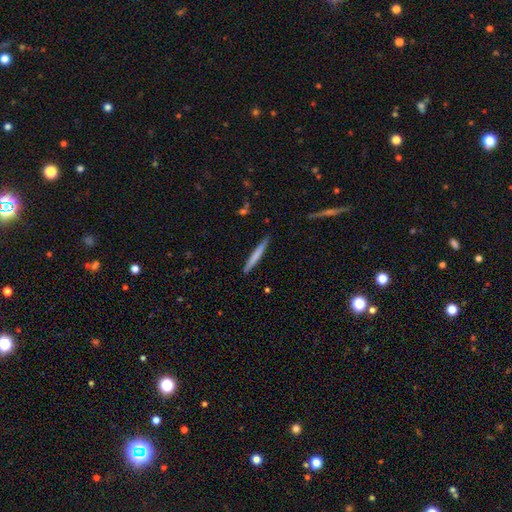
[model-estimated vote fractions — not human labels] smooth_or_featured: smooth (p=0.66) [alt: featured or disk p=0.29]
how_rounded: cigar-shaped (p=0.97) [alt: in between p=0.02]
merging: none (p=0.89) [alt: minor disturbance p=0.09]